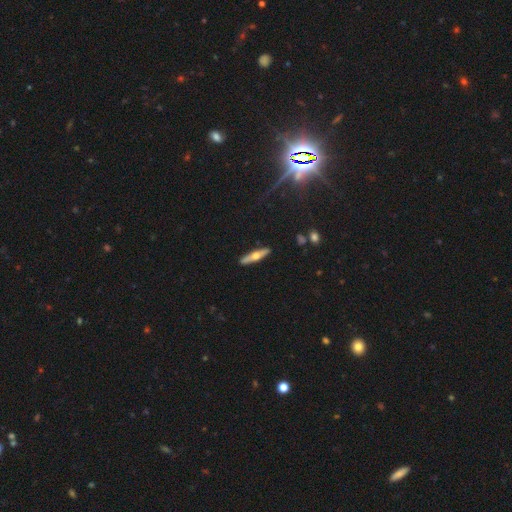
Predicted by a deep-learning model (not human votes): Smooth or featured? Predicted: featured or disk (p=0.55). Edge-on disk? Predicted: yes (p=0.92). Edge-on bulge? Predicted: rounded (p=0.94). Merging? Predicted: none (p=0.90).